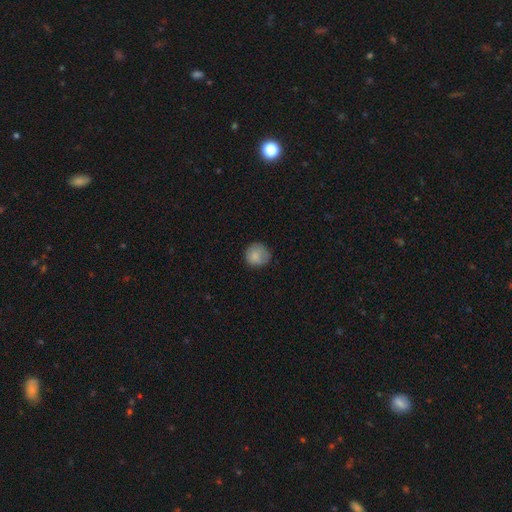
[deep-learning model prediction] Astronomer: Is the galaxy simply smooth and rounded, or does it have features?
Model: smooth — 84%.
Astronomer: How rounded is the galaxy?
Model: round — 90%.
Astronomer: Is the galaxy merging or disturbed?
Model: none — 71%.